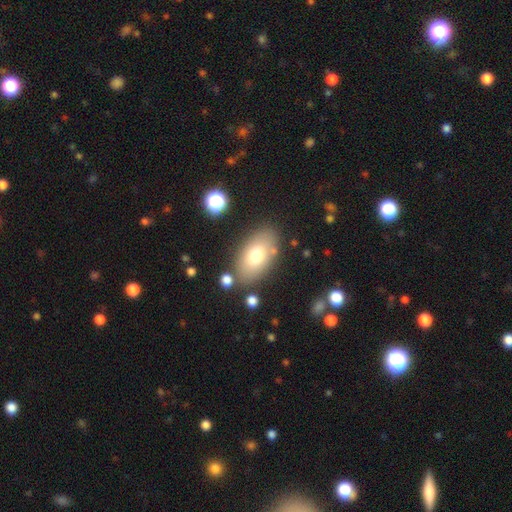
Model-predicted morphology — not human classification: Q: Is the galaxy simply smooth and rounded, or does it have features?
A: smooth — 73%.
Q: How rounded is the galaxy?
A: in between — 91%.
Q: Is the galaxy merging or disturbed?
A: none — 79%.